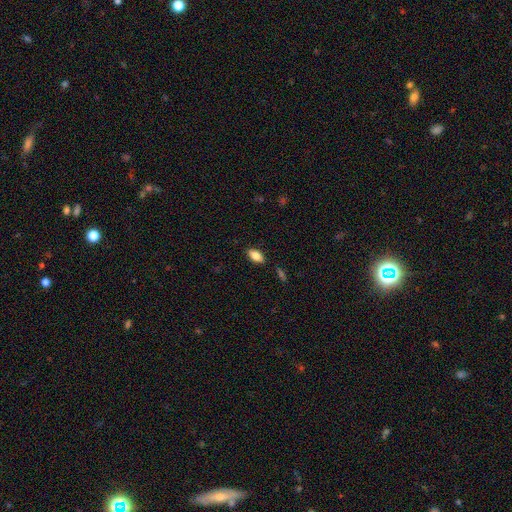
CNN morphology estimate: smooth_or_featured: smooth (p=0.81) [alt: featured or disk p=0.11]
how_rounded: in between (p=0.91) [alt: cigar-shaped p=0.06]
merging: none (p=0.86) [alt: minor disturbance p=0.10]